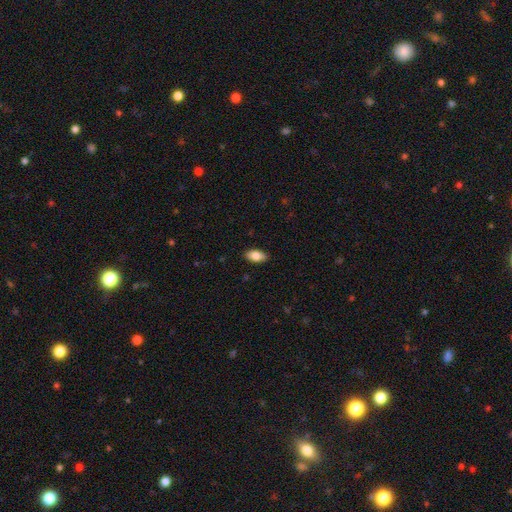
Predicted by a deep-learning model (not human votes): Smooth or featured? Predicted: smooth (p=0.84). How rounded? Predicted: in between (p=0.92). Merging? Predicted: none (p=0.88).